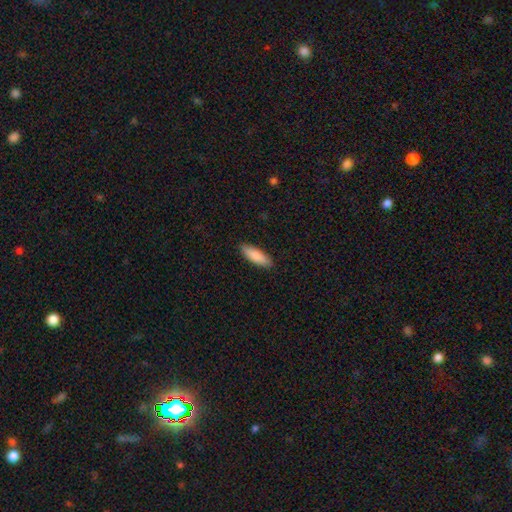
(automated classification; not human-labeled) Smooth or featured: smooth — 87% (featured or disk — 8%)
How rounded: in between — 51% (cigar-shaped — 48%)
Merging: none — 89% (minor disturbance — 8%)